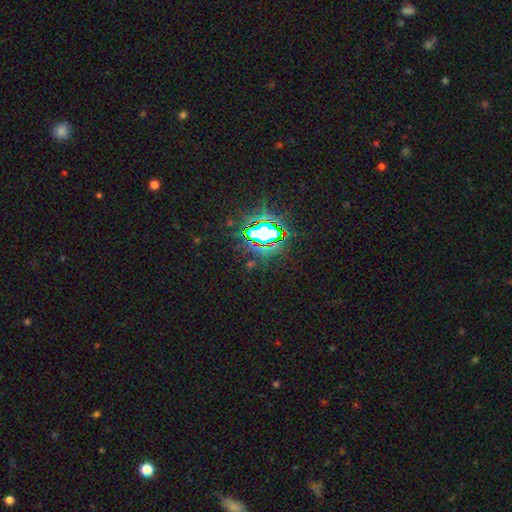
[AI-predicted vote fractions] star or artifact 82%, smooth 10%, featured or disk 8%.